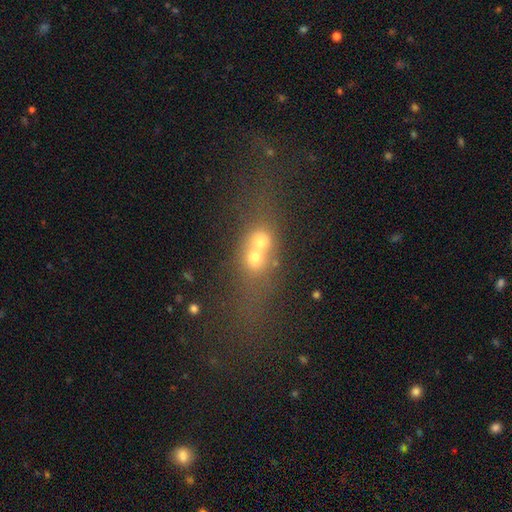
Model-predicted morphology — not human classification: Smooth or featured?
  - smooth: 53% *
  - featured or disk: 31%
  - star or artifact: 17%
How rounded?
  - round: 45% *
  - in between: 43%
  - cigar-shaped: 13%
Merging?
  - merger: 72% *
  - none: 16%
  - major disturbance: 6%
  - minor disturbance: 5%